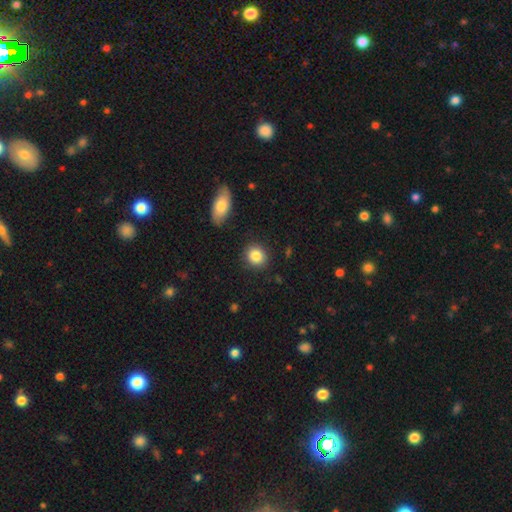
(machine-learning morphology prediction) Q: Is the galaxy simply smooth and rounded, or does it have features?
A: smooth — 85%.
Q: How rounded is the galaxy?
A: round — 75%.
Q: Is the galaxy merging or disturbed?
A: none — 88%.